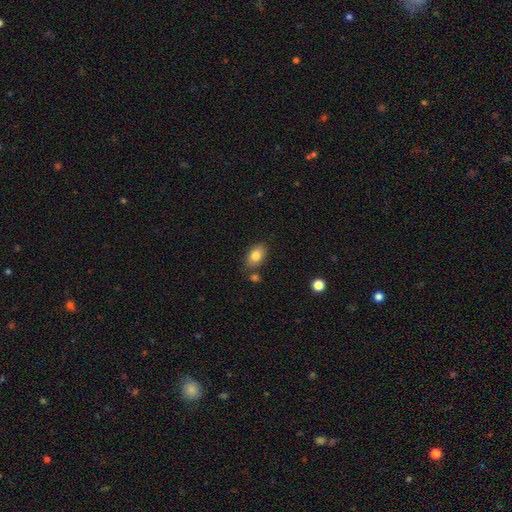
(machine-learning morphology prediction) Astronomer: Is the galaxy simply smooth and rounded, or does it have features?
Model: smooth — 82%.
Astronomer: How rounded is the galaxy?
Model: in between — 87%.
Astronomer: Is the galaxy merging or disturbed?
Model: none — 76%.